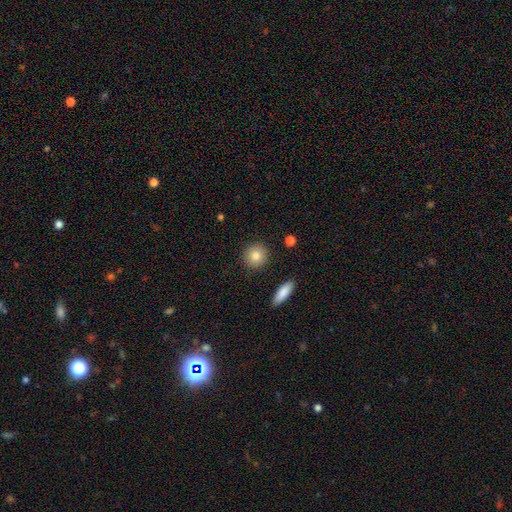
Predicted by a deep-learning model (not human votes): A smooth galaxy with no disk features (82%) that is round (89%). Merging: none (90%).